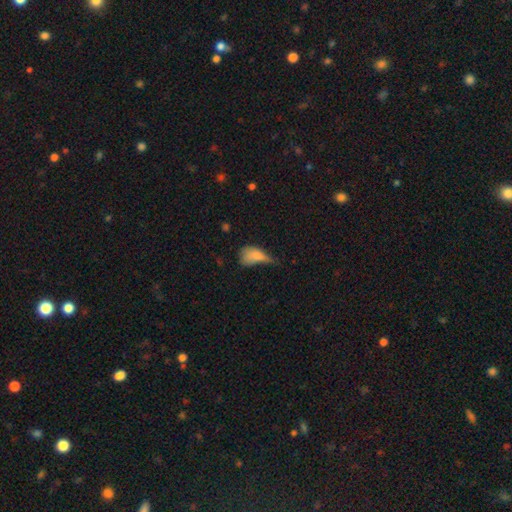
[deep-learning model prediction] Smooth or featured? smooth (69%)
How rounded? in between (79%)
Merging? major disturbance (44%)